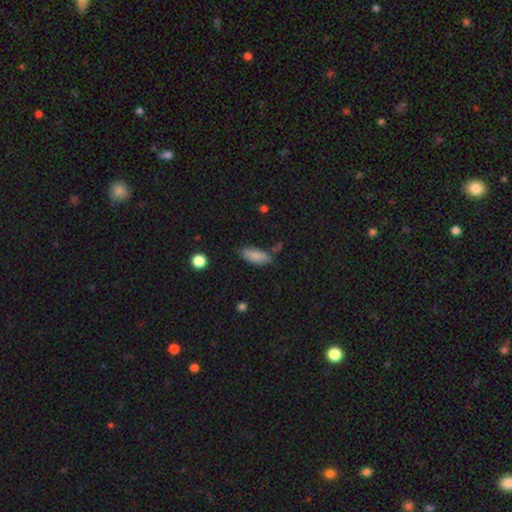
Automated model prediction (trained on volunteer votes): Morphology: type=smooth (85%); roundness=in between (79%); merging=none (72%).